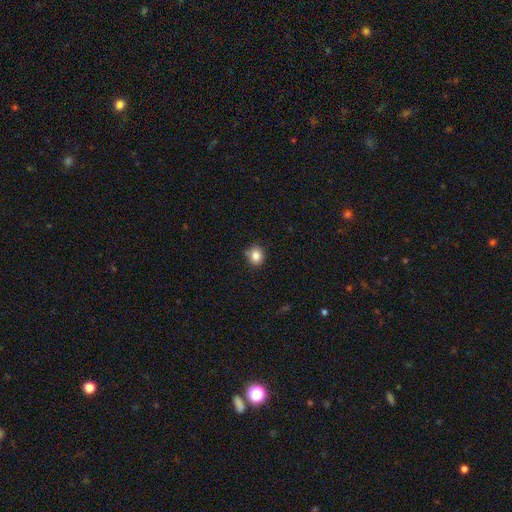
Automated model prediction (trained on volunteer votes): smooth_or_featured: smooth (p=0.85) [alt: star or artifact p=0.10]
how_rounded: round (p=0.80) [alt: in between p=0.19]
merging: none (p=0.82) [alt: minor disturbance p=0.13]